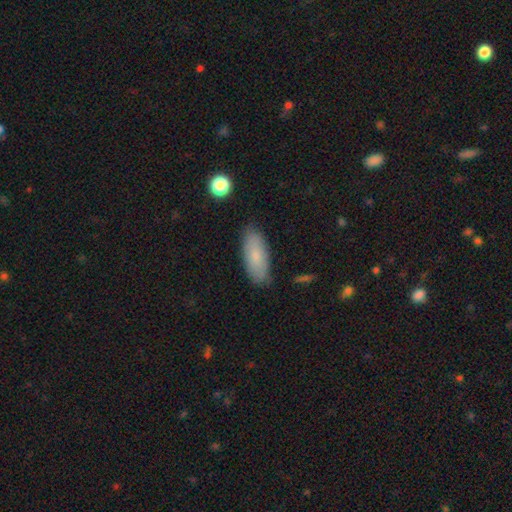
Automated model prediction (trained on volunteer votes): smooth 80%, featured or disk 13%, star or artifact 7%. Down the decision tree: how rounded — in between (80%); merging — none (84%).